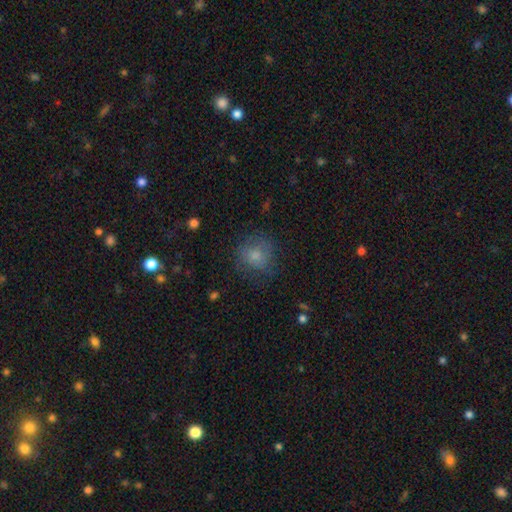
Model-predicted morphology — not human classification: smooth 74%, featured or disk 15%, star or artifact 11%. Down the decision tree: how rounded — round (84%); merging — none (69%).